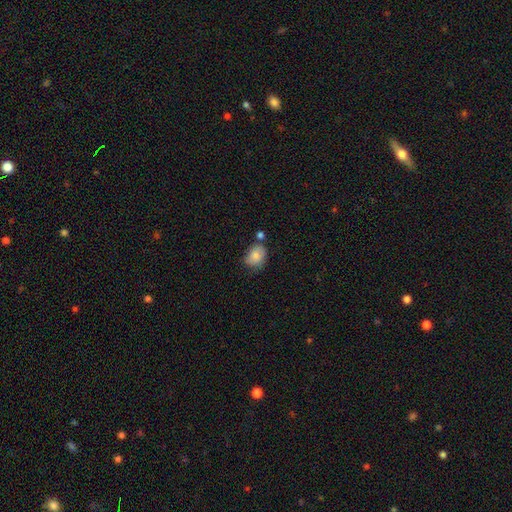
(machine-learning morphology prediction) type=smooth (81%); roundness=in between (54%); merging=none (55%).